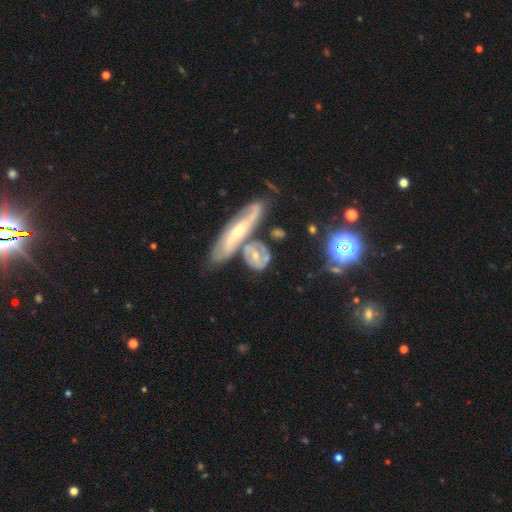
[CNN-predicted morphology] Smooth or featured? Predicted: featured or disk (p=0.62). Edge-on disk? Predicted: no (p=0.81). Bar? Predicted: no (p=0.54). Spiral arms? Predicted: yes (p=0.66). Bulge size? Predicted: moderate (p=0.53). Merging? Predicted: none (p=0.39).